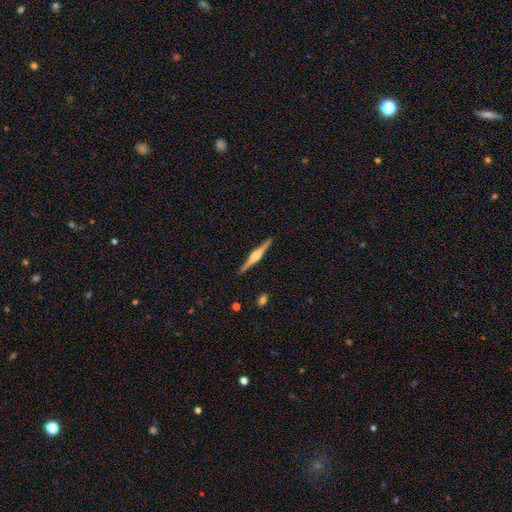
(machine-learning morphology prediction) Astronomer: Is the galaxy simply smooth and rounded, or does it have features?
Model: featured or disk — 77%.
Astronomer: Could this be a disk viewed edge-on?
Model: yes — 98%.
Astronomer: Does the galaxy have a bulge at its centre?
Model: rounded — 74%.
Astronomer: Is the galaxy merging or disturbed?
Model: none — 90%.